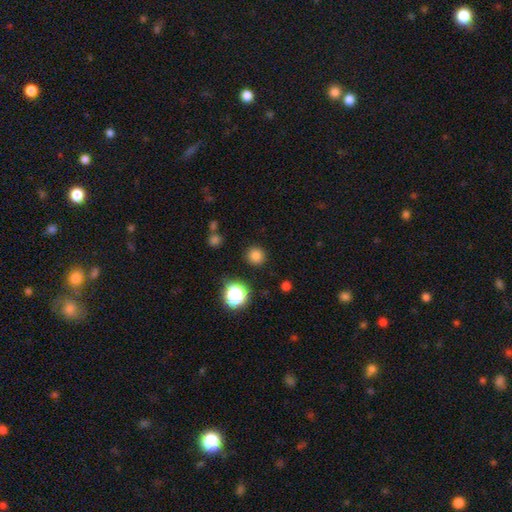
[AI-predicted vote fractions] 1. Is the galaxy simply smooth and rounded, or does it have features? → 80% smooth, 16% star or artifact, 5% featured or disk.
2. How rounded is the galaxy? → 94% round, 5% in between, 1% cigar-shaped.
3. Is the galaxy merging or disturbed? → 90% none, 6% minor disturbance, 2% major disturbance, 2% merger.